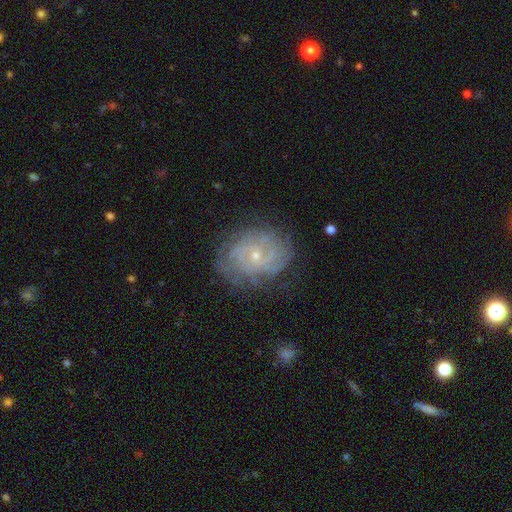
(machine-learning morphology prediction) A featured or disk galaxy (75%) with no bar (76%), tight (66%) spiral arms (86%) and a small central bulge (76%).

Vote fractions:
- Smooth or featured? featured or disk: 75% / smooth: 17% / star or artifact: 9%
- Edge-on disk? no: 97% / yes: 3%
- Bar? no: 76% / weak: 21% / strong: 3%
- Spiral arms? yes: 86% / no: 14%
- Spiral winding? tight: 66% / medium: 26% / loose: 8%
- Spiral arm count? can't tell: 52% / 2: 14% / 4: 11% / 3: 11% / more than 4: 7% / 1: 5%
- Bulge size? small: 76% / moderate: 21% / none: 2% / large: 1% / dominant: 1%
- Merging? none: 72% / minor disturbance: 19% / major disturbance: 8% / merger: 1%